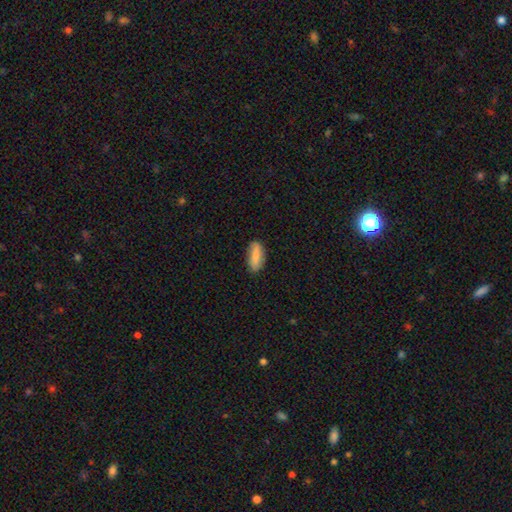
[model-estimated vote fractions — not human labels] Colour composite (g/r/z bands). It shows a smooth galaxy with no disk features (78%) that is in between round and cigar-shaped (80%). Merging: none (77%).